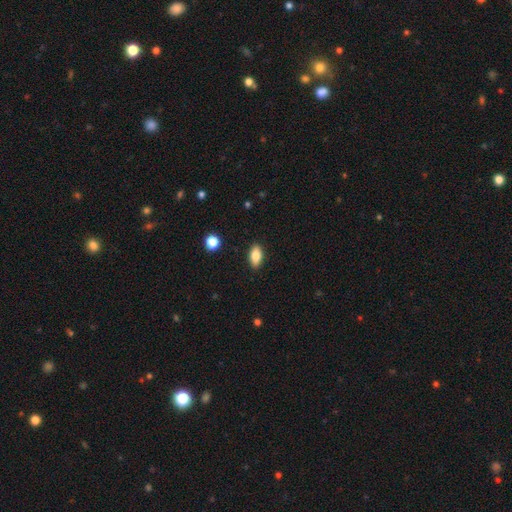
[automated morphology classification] smooth-or-featured: smooth: 81% | featured or disk: 11% | star or artifact: 8%
  how-rounded: in between: 89% | cigar-shaped: 7% | round: 5%
  merging: none: 89% | minor disturbance: 8% | major disturbance: 2% | merger: 1%